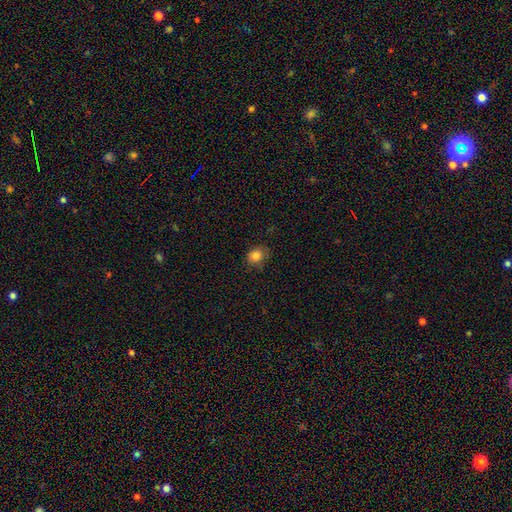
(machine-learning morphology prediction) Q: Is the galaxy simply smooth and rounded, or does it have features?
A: smooth — 84%.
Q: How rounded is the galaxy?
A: round — 60%.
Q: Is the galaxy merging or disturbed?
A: none — 77%.